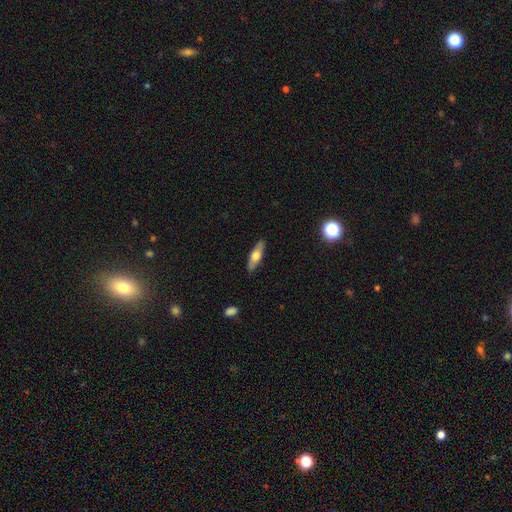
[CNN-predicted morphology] Q: Smooth or featured?
A: smooth (54%); runner-up: featured or disk (40%)
Q: How rounded?
A: cigar-shaped (58%); runner-up: in between (39%)
Q: Merging?
A: none (89%); runner-up: minor disturbance (9%)